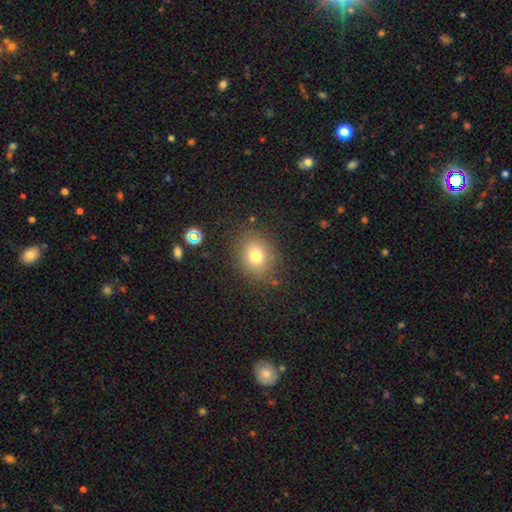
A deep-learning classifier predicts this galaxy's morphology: A smooth galaxy with no disk features (74%) that is round (59%).

Vote fractions:
- Smooth or featured? smooth: 74% / star or artifact: 15% / featured or disk: 11%
- How rounded? round: 59% / in between: 40% / cigar-shaped: 1%
- Merging? none: 82% / minor disturbance: 11% / major disturbance: 4% / merger: 2%